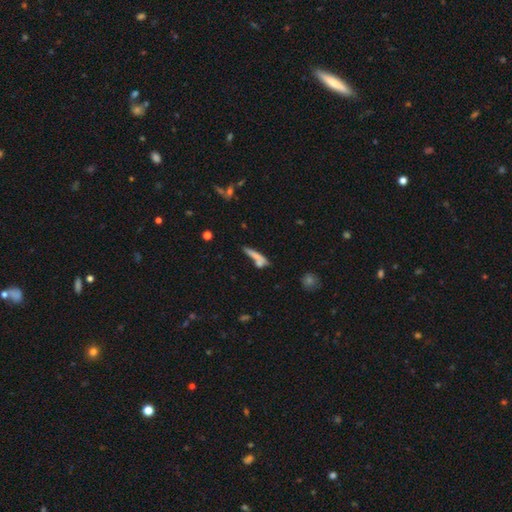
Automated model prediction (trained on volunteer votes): The model was most divided on "merging": none: 45%, merger: 32%, minor disturbance: 15%, major disturbance: 8%. More confident: how rounded — cigar-shaped (82%); smooth or featured — smooth (65%).